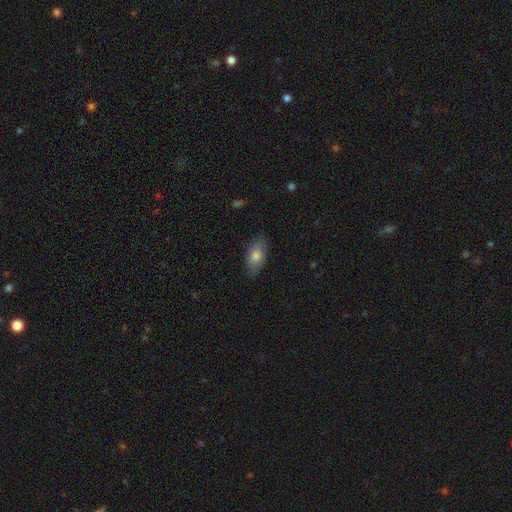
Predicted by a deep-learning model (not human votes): Smooth or featured? smooth (74%)
How rounded? in between (90%)
Merging? none (82%)